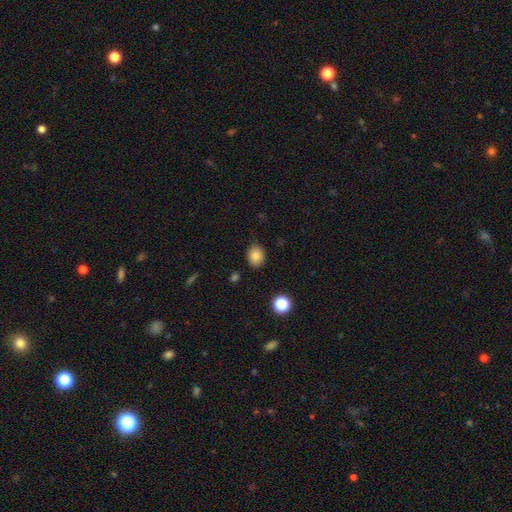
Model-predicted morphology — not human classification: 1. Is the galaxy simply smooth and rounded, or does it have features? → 84% smooth, 10% star or artifact, 6% featured or disk.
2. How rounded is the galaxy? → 51% in between, 48% round, 1% cigar-shaped.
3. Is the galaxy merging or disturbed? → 81% none, 14% minor disturbance, 3% major disturbance, 2% merger.